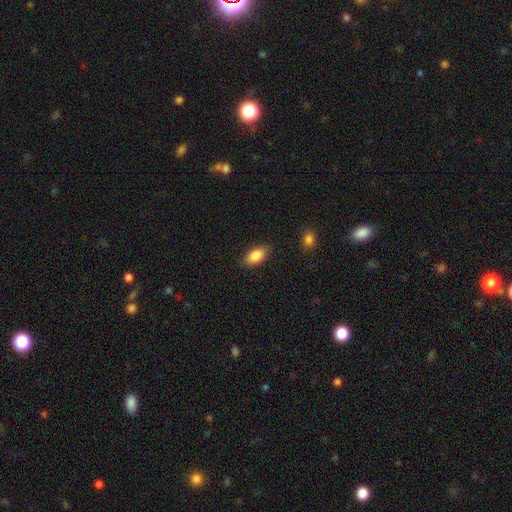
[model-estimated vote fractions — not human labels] Morphology: type=smooth (87%); roundness=in between (92%); merging=none (85%).